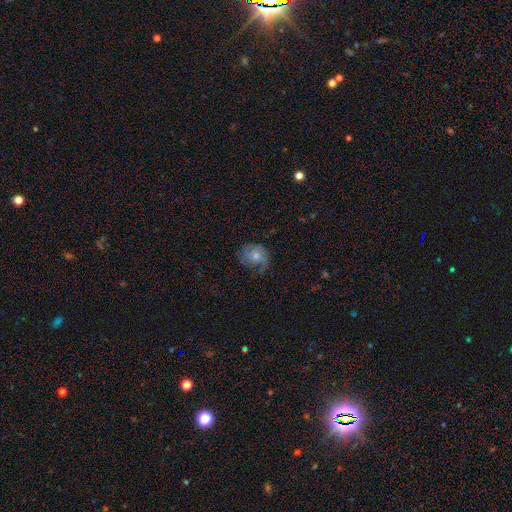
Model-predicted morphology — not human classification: The model was most divided on "smooth or featured": featured or disk: 57%, smooth: 32%, star or artifact: 11%. More confident: edge-on disk — no (97%); spiral arms — yes (84%); bar — no (79%); merging — none (66%); bulge size — moderate (62%).